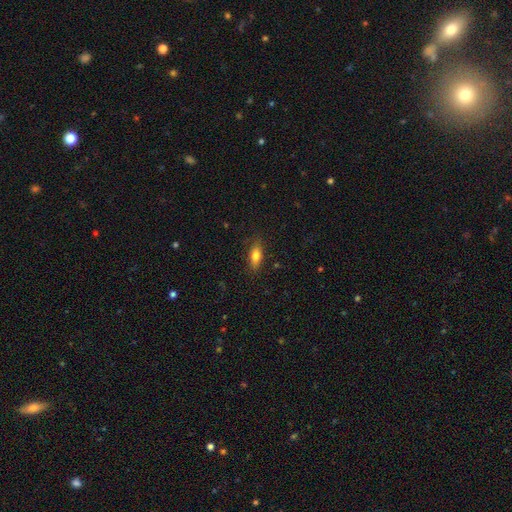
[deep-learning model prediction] Smooth or featured? smooth (78%)
How rounded? in between (77%)
Merging? none (81%)